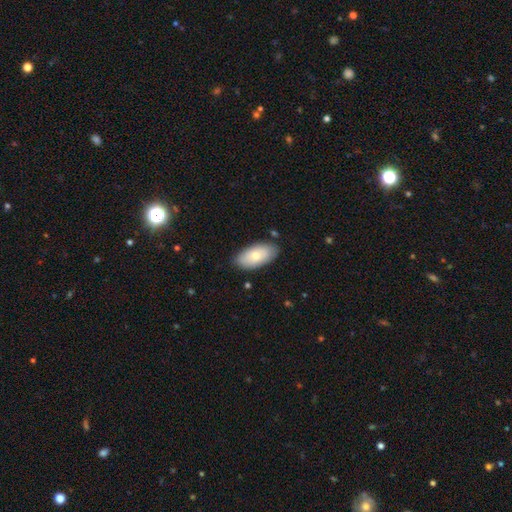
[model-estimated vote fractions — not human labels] Overall: smooth (71%). How rounded: in between (94%). Merging: none (83%).